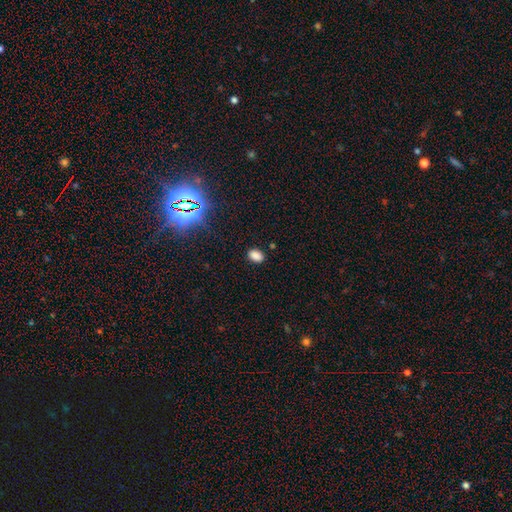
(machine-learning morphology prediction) Smooth or featured? Predicted: smooth (p=0.82). How rounded? Predicted: in between (p=0.80). Merging? Predicted: none (p=0.86).